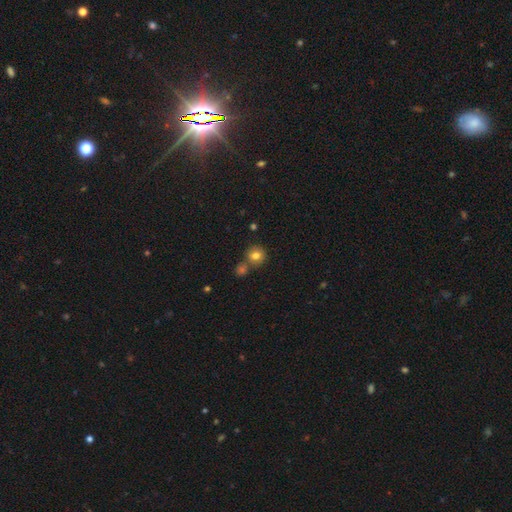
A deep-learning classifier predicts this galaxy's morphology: smooth_or_featured: smooth (p=0.80) [alt: star or artifact p=0.12]
how_rounded: round (p=0.87) [alt: in between p=0.12]
merging: none (p=0.64) [alt: merger p=0.24]